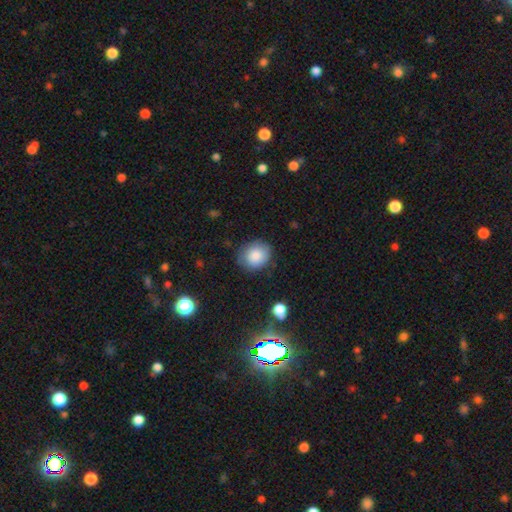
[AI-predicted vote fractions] Smooth or featured: smooth — 85% (star or artifact — 8%)
How rounded: round — 66% (in between — 33%)
Merging: none — 79% (minor disturbance — 16%)